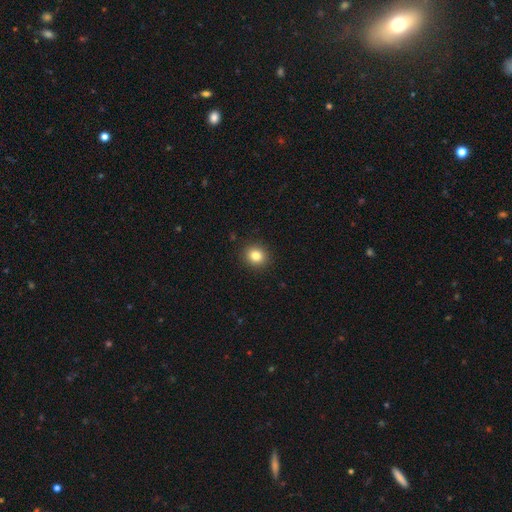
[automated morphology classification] type=smooth (83%); roundness=round (79%); merging=none (91%).